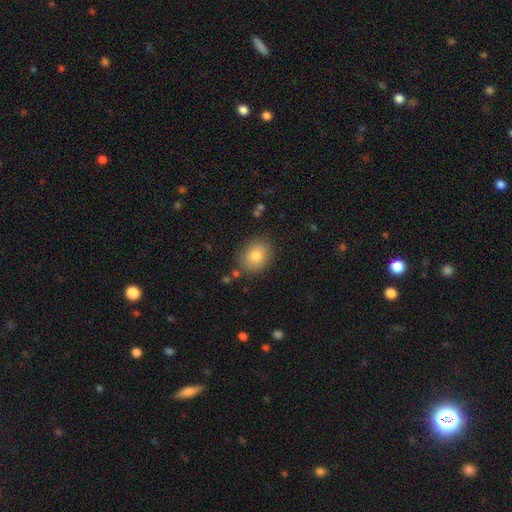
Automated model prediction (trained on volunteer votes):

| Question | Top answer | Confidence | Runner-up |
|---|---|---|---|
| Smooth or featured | smooth | 82% | star or artifact (9%) |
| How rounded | in between | 51% | round (48%) |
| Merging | none | 83% | minor disturbance (11%) |